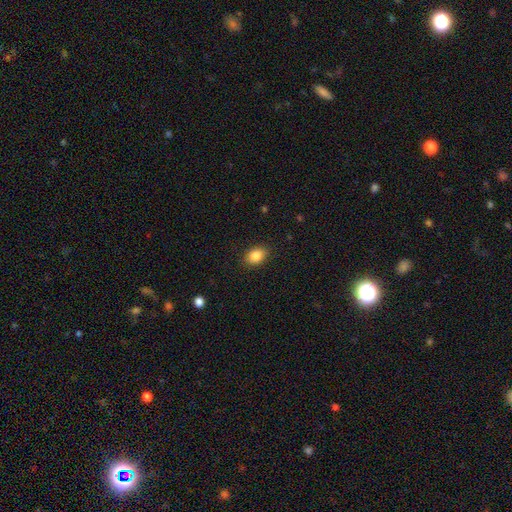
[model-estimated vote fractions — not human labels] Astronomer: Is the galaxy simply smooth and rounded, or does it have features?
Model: smooth — 86%.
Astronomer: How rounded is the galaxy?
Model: in between — 76%.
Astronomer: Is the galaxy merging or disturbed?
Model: none — 88%.